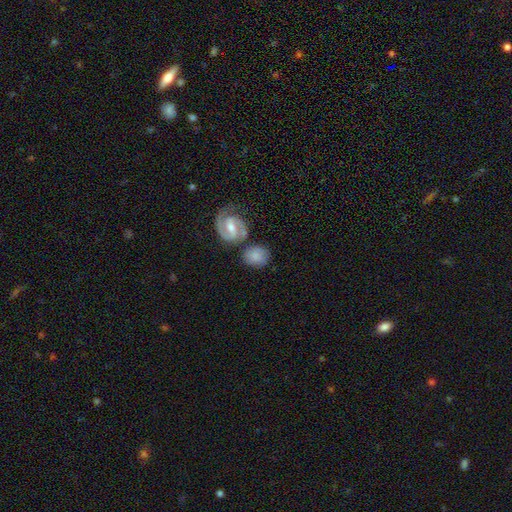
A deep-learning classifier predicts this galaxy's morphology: A smooth galaxy with no disk features (62%) that is round (64%). Merging: none (59%).